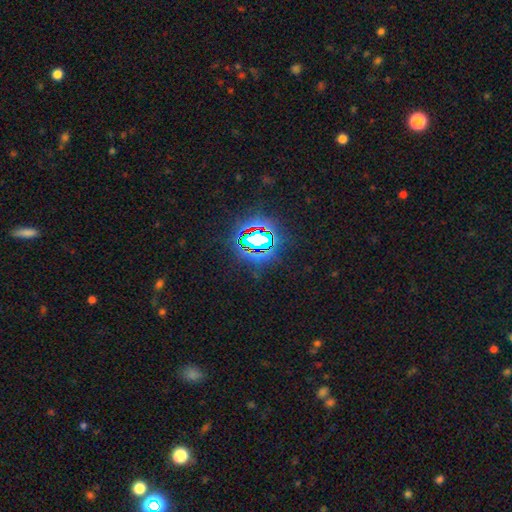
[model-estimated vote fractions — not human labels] Smooth or featured: star or artifact — 82% (smooth — 11%)